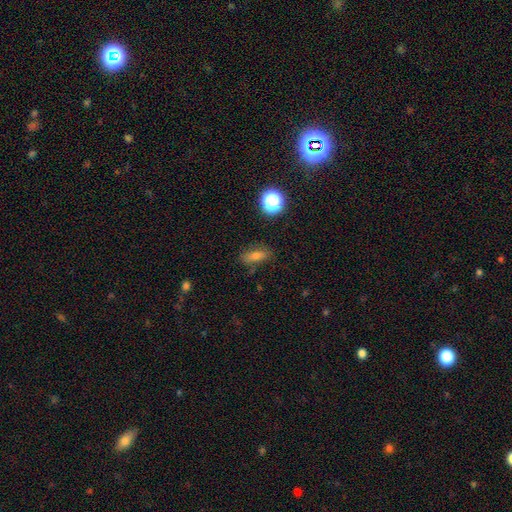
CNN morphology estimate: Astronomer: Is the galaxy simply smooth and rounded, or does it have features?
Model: smooth — 63%.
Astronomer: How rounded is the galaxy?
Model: in between — 57%.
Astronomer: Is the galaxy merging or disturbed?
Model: none — 82%.